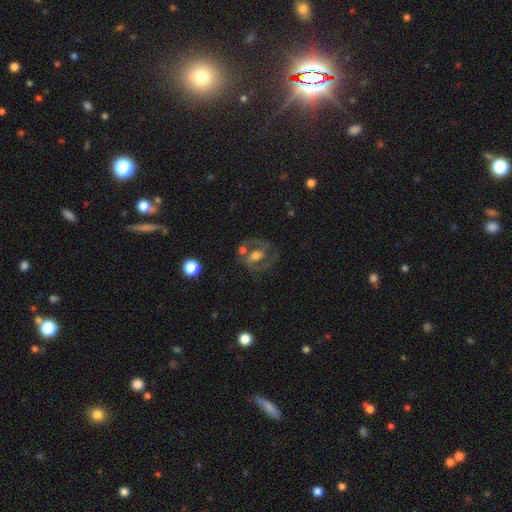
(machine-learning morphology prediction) This is likely a featured or disk galaxy (71%). It is clearly not viewed edge-on (96%). Bar: marginally weak (40%). Spiral arm pattern: clearly yes (80%). Spiral arm count: clearly 2 (83%). Spiral winding: possibly medium (54%). Central bulge: likely moderate (63%). Merging: possibly none (58%).